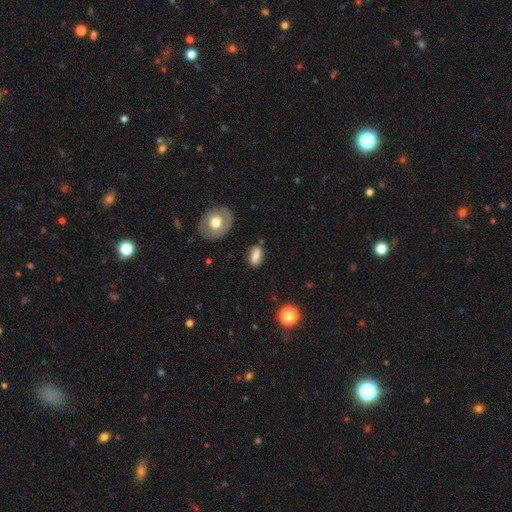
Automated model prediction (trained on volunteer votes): This appears to be a smooth galaxy with no disk features (74%) that is in between round and cigar-shaped (78%). Merging: none (75%).